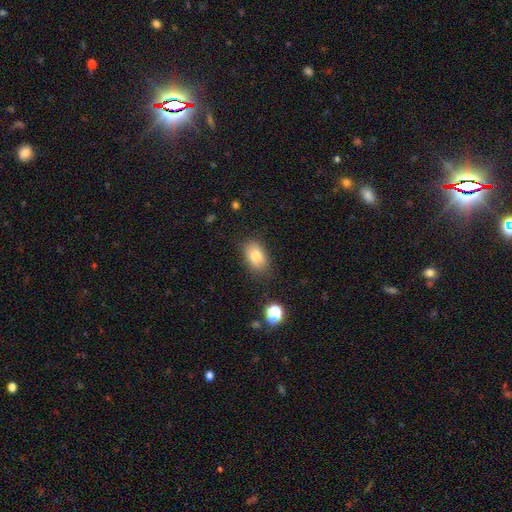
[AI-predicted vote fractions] Q: Smooth or featured?
A: smooth (82%); runner-up: star or artifact (9%)
Q: How rounded?
A: in between (85%); runner-up: round (13%)
Q: Merging?
A: none (77%); runner-up: minor disturbance (17%)